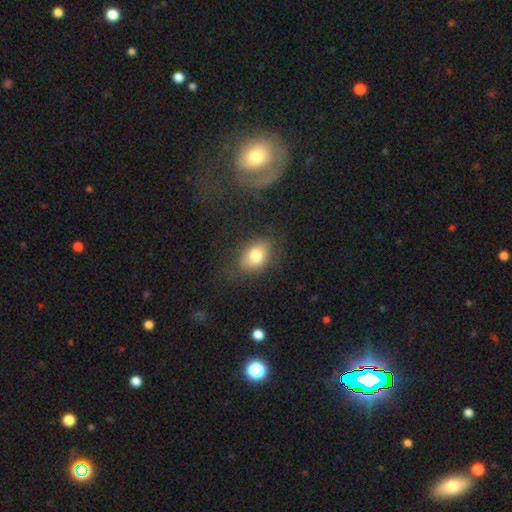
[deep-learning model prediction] Smooth or featured? Predicted: smooth (p=0.79). How rounded? Predicted: in between (p=0.74). Merging? Predicted: none (p=0.78).